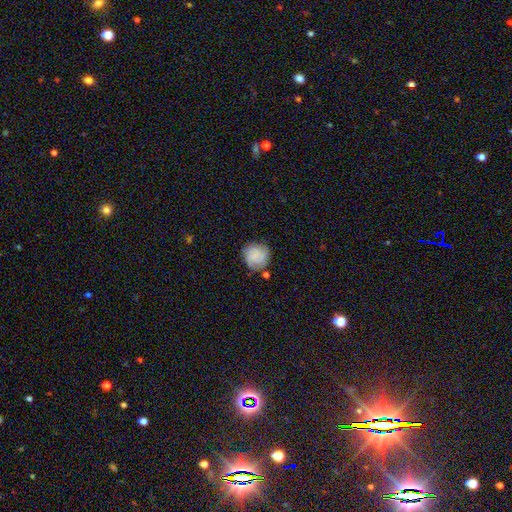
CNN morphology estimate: The model was most divided on "smooth or featured": smooth: 55%, featured or disk: 36%, star or artifact: 10%. More confident: how rounded — round (85%); merging — none (72%).